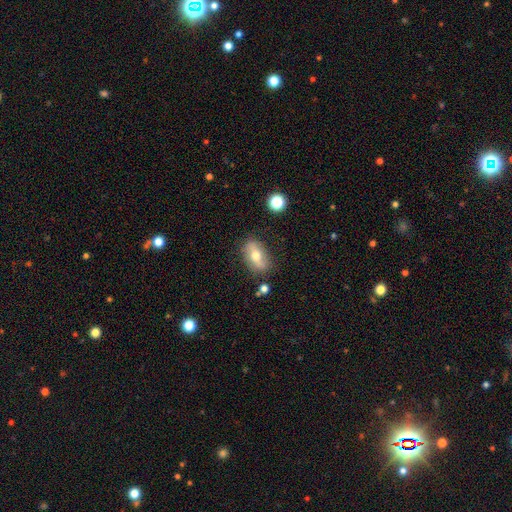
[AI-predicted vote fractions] smooth-or-featured: smooth: 48% | featured or disk: 44% | star or artifact: 8%
  merging: none: 80% | minor disturbance: 14% | major disturbance: 3% | merger: 2%